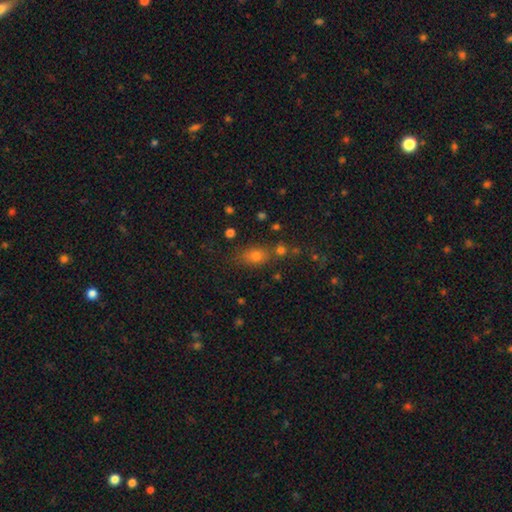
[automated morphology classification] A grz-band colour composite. It shows a smooth galaxy with no disk features (67%) that is in between round and cigar-shaped (62%). Merging: none (66%).